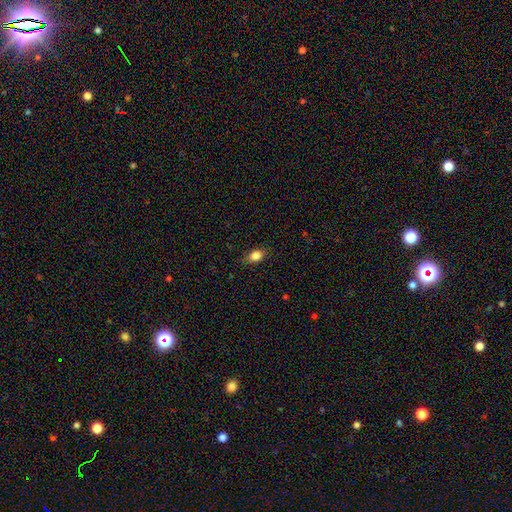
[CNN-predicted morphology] This appears to be a smooth galaxy with no disk features (84%) that is in between round and cigar-shaped (78%). Merging: none (83%).